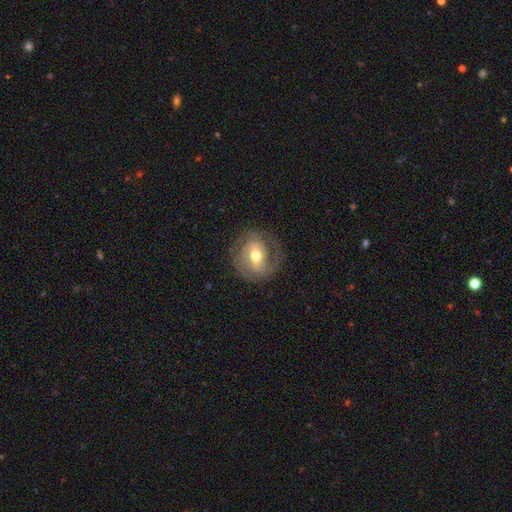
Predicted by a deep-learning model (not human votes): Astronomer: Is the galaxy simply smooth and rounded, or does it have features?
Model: featured or disk — 71%.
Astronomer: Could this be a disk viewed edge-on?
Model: no — 95%.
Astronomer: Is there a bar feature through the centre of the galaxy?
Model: weak — 42% (runner-up: strong, 37%).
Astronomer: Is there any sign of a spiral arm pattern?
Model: yes — 74%.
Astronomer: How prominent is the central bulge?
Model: moderate — 74%.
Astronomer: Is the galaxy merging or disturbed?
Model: none — 72%.